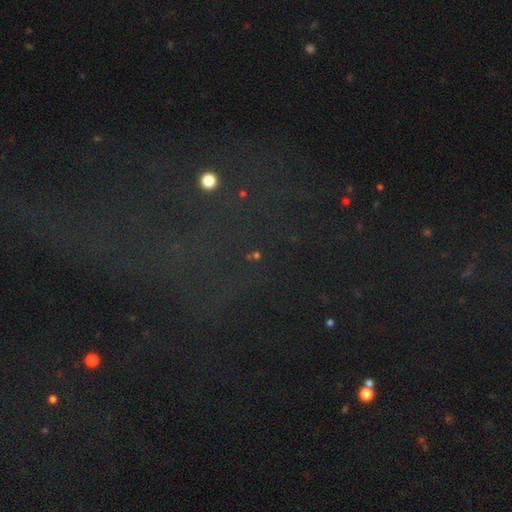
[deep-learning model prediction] This is likely a star or artifact rather than a galaxy (72%).